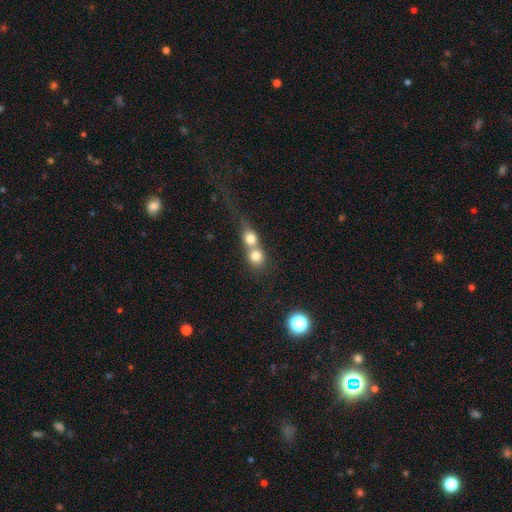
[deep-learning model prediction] Q: Smooth or featured?
A: smooth (73%); runner-up: featured or disk (15%)
Q: How rounded?
A: round (80%); runner-up: in between (18%)
Q: Merging?
A: merger (70%); runner-up: none (22%)